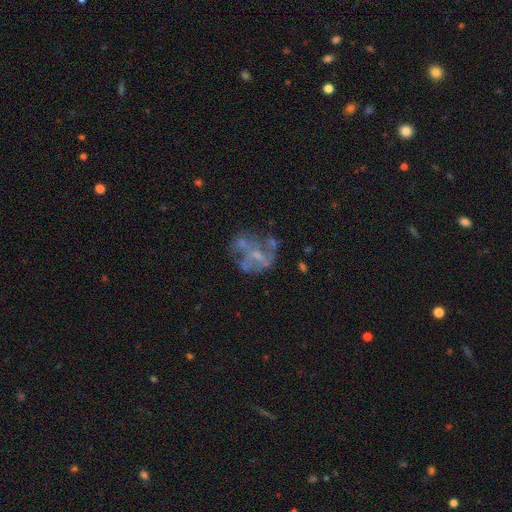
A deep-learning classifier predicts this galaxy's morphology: smooth_or_featured: featured or disk (p=0.64) [alt: smooth p=0.21]
disk_edge_on: no (p=0.98) [alt: yes p=0.02]
bar: no (p=0.75) [alt: weak p=0.20]
has_spiral_arms: no (p=0.80) [alt: yes p=0.20]
bulge_size: none (p=0.45) [alt: small p=0.32]
merging: none (p=0.44) [alt: major disturbance p=0.25]